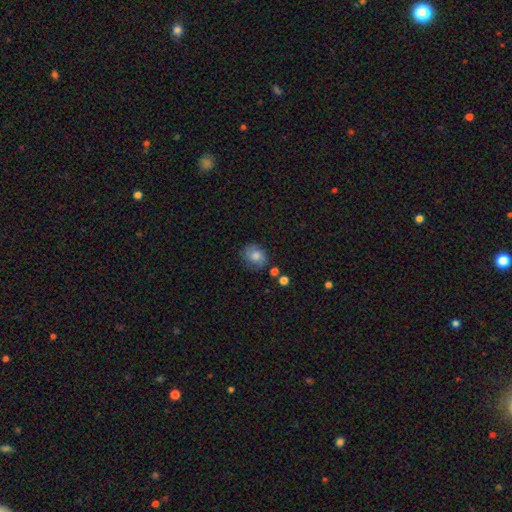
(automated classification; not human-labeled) smooth_or_featured: smooth (p=0.77) [alt: featured or disk p=0.14]
how_rounded: round (p=0.53) [alt: in between p=0.46]
merging: none (p=0.72) [alt: minor disturbance p=0.19]